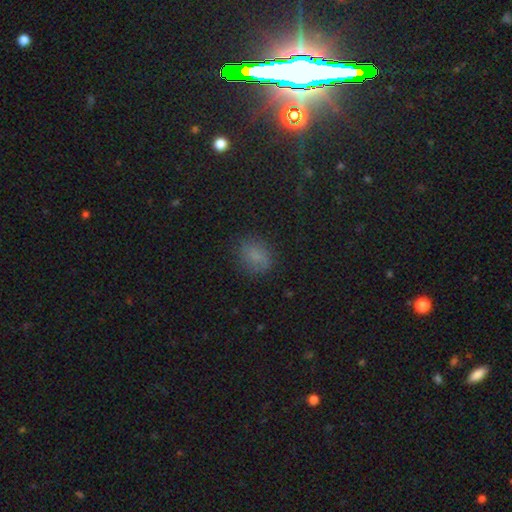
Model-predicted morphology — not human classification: Overall: smooth (74%). How rounded: in between (59%; round 39%). Merging: none (78%).